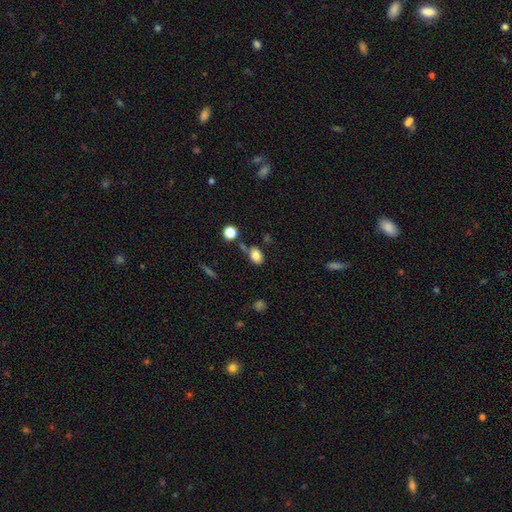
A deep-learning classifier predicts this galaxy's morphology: A smooth galaxy with no disk features (81%) that is in between round and cigar-shaped (80%).

Vote fractions:
- Smooth or featured? smooth: 81% / star or artifact: 10% / featured or disk: 9%
- How rounded? in between: 80% / round: 19% / cigar-shaped: 2%
- Merging? none: 66% / minor disturbance: 18% / merger: 11% / major disturbance: 5%